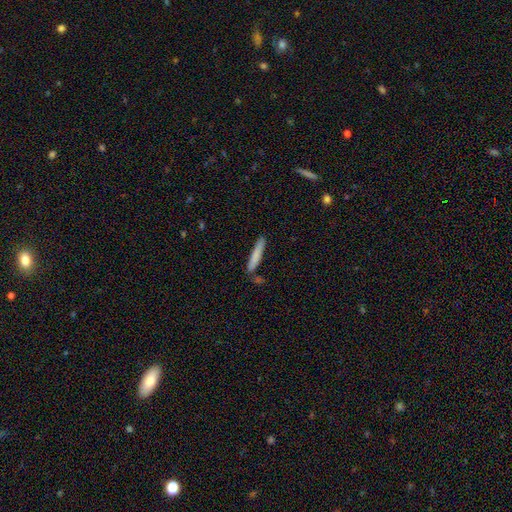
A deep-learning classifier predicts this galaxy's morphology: smooth-or-featured: smooth: 78% | featured or disk: 16% | star or artifact: 6%
  how-rounded: cigar-shaped: 94% | in between: 5% | round: 1%
  merging: none: 82% | minor disturbance: 11% | merger: 5% | major disturbance: 2%